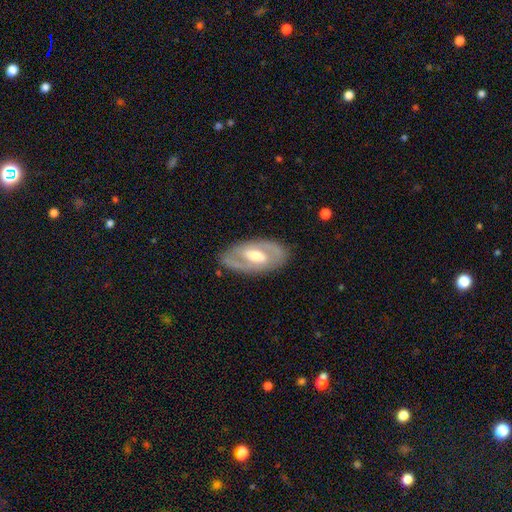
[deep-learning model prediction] A featured or disk galaxy (75%) with a weak bar (43%), spiral arms (68%) and a moderate central bulge (66%).

Vote fractions:
- Smooth or featured? featured or disk: 75% / smooth: 20% / star or artifact: 5%
- Edge-on disk? no: 92% / yes: 8%
- Bar? weak: 43% / strong: 29% / no: 28%
- Spiral arms? yes: 68% / no: 32%
- Bulge size? moderate: 66% / small: 21% / large: 11% / none: 1% / dominant: 1%
- Merging? none: 84% / minor disturbance: 11% / major disturbance: 4% / merger: 1%